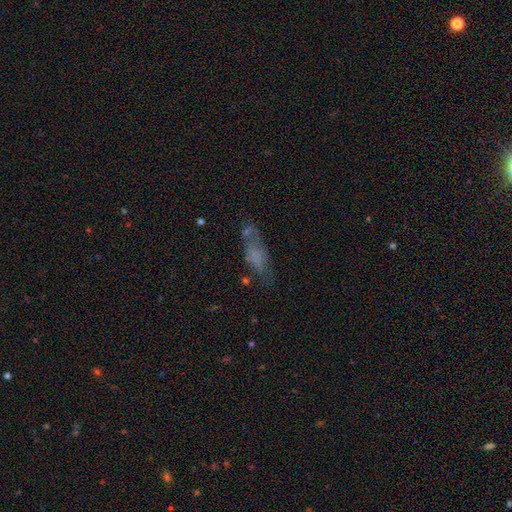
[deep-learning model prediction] Overall: smooth (53%; featured or disk 34%). How rounded: in between (55%; cigar-shaped 42%). Merging: none (48%; minor disturbance 24%).